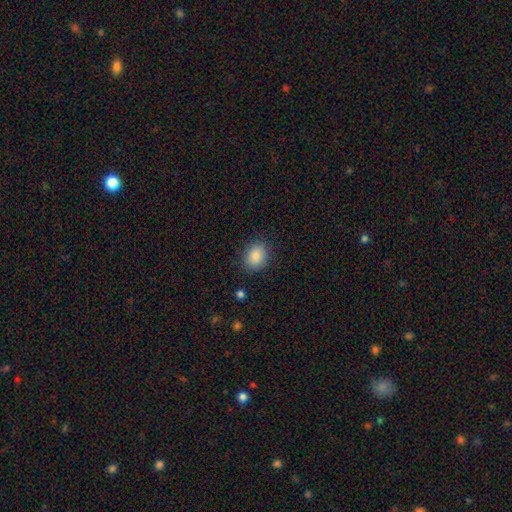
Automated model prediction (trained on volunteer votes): smooth 87%, star or artifact 9%, featured or disk 5%. Down the decision tree: how rounded — in between (56%); merging — none (87%).